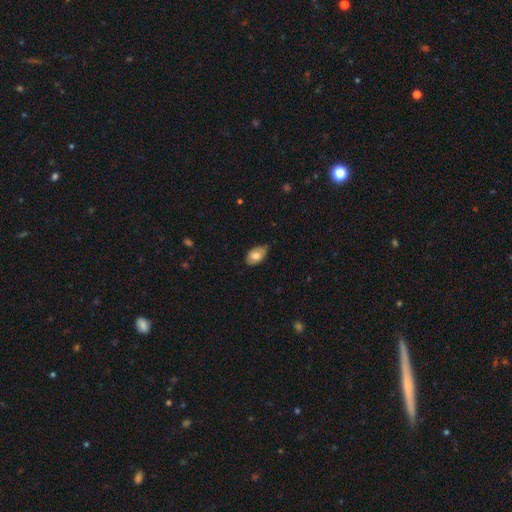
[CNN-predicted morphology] This appears to be a smooth galaxy with no disk features (72%) that is in between round and cigar-shaped (91%). Merging: none (74%).